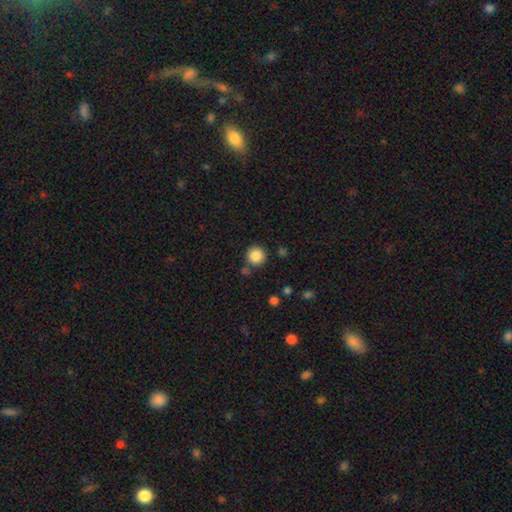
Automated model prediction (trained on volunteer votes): The model was most divided on "merging": none: 83%, minor disturbance: 8%, merger: 6%, major disturbance: 3%. More confident: how rounded — round (94%); smooth or featured — smooth (86%).